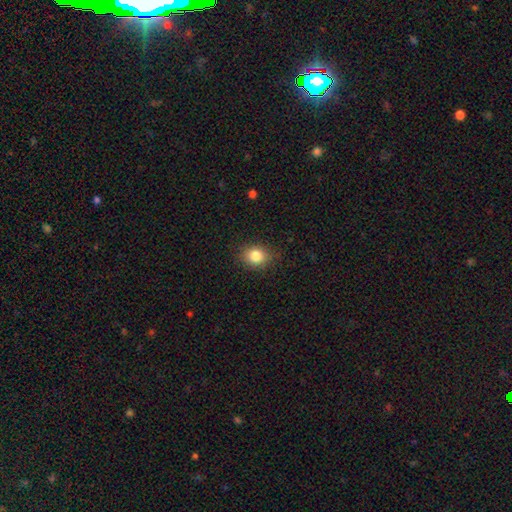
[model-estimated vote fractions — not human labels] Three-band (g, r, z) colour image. It shows a smooth galaxy with no disk features (84%) that is round (60%). Merging: none (85%).